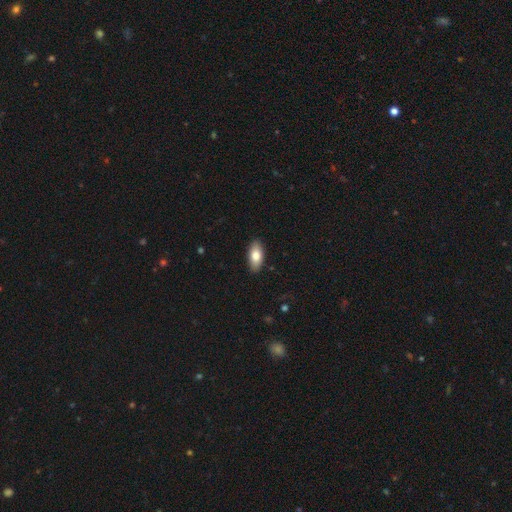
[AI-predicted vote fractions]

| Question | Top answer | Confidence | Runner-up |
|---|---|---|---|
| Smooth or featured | smooth | 81% | featured or disk (13%) |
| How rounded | in between | 90% | cigar-shaped (7%) |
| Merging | none | 89% | minor disturbance (8%) |